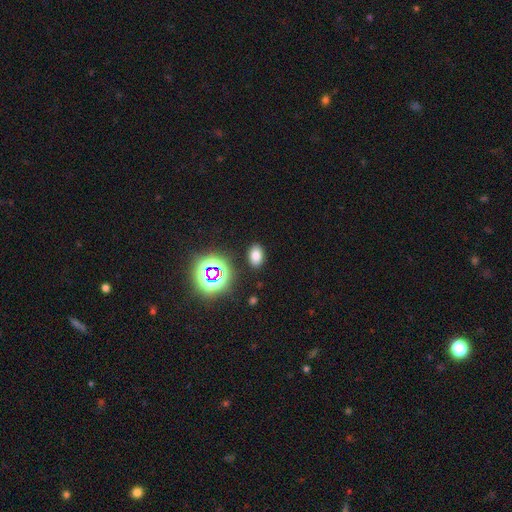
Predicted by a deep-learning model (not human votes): smooth-or-featured: smooth: 71% | star or artifact: 21% | featured or disk: 8%
  how-rounded: in between: 82% | round: 17% | cigar-shaped: 1%
  merging: none: 87% | minor disturbance: 8% | major disturbance: 3% | merger: 2%